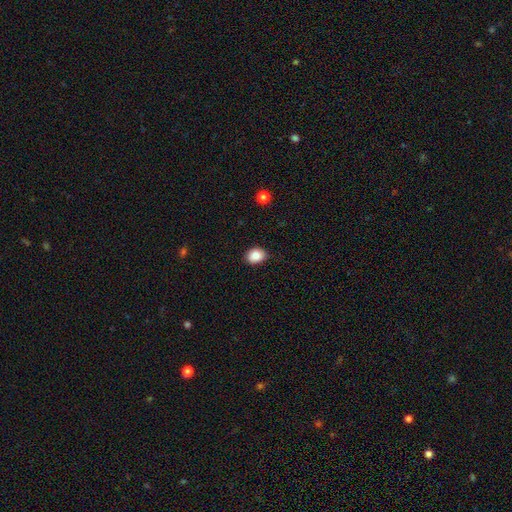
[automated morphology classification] smooth 86%, star or artifact 9%, featured or disk 5%. Down the decision tree: how rounded — in between (55%); merging — none (86%).